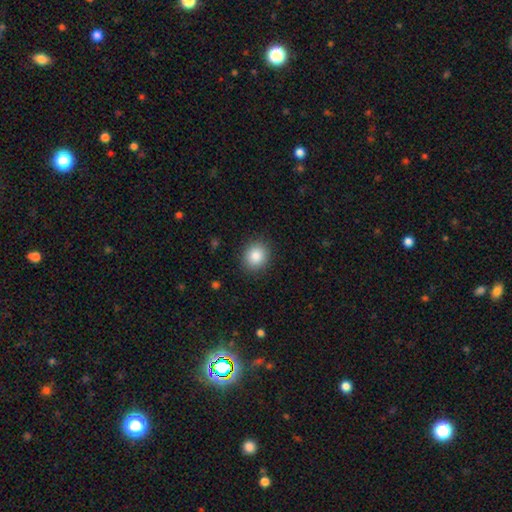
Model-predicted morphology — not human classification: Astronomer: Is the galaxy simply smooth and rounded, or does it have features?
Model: smooth — 85%.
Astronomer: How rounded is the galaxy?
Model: round — 74%.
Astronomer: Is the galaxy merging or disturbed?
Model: none — 89%.